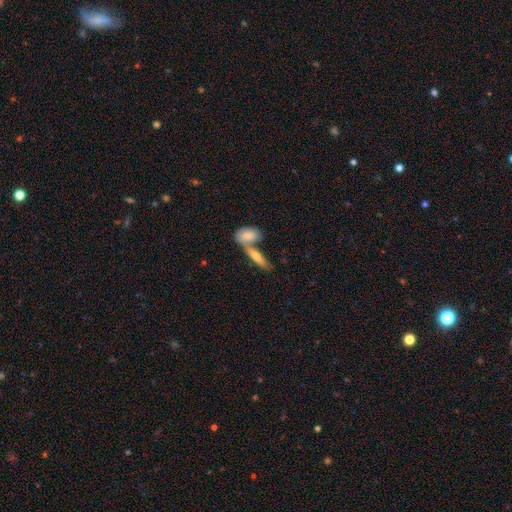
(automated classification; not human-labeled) smooth_or_featured: smooth (p=0.58) [alt: featured or disk p=0.33]
how_rounded: cigar-shaped (p=0.51) [alt: in between p=0.44]
merging: merger (p=0.44) [tied with: none p=0.44]